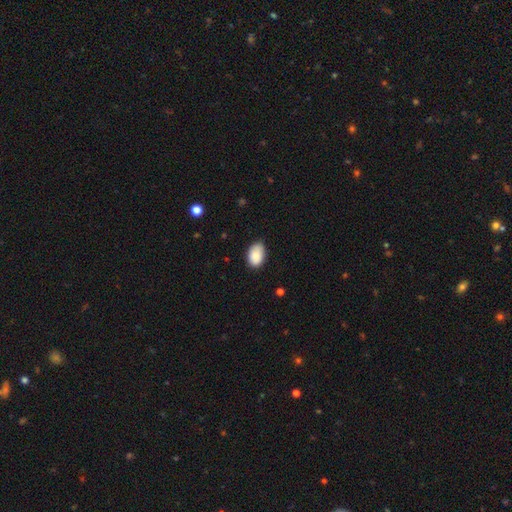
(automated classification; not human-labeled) A smooth galaxy with no disk features (88%) that is in between round and cigar-shaped (90%).

Vote fractions:
- Smooth or featured? smooth: 88% / star or artifact: 7% / featured or disk: 6%
- How rounded? in between: 90% / round: 9% / cigar-shaped: 1%
- Merging? none: 72% / minor disturbance: 24% / major disturbance: 3% / merger: 1%